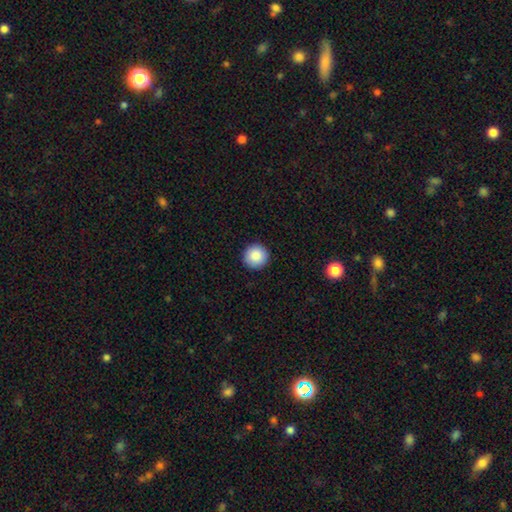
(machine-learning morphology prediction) Overall: smooth (88%). How rounded: round (96%). Merging: none (93%).